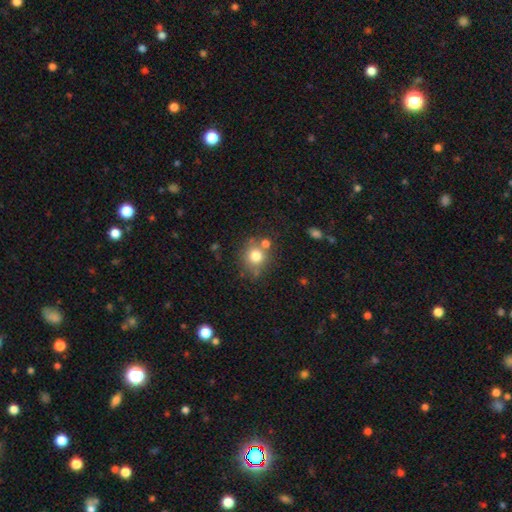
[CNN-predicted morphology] Overall: smooth (76%). How rounded: round (84%). Merging: none (66%).